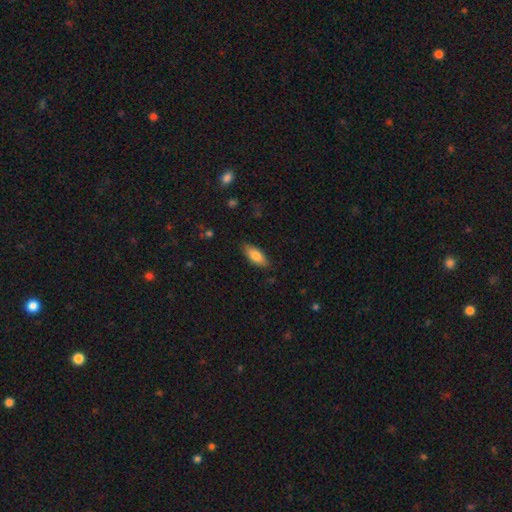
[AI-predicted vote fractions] Overall: smooth (80%). How rounded: in between (81%). Merging: none (83%).